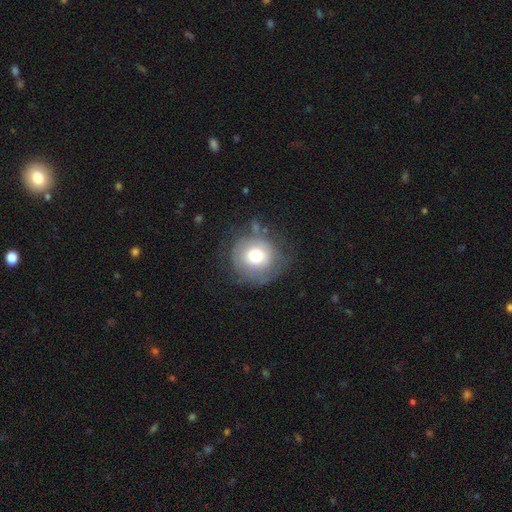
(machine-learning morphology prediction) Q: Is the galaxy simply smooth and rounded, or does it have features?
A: smooth — 62%.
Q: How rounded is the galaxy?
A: round — 90%.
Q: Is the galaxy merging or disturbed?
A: none — 63%.